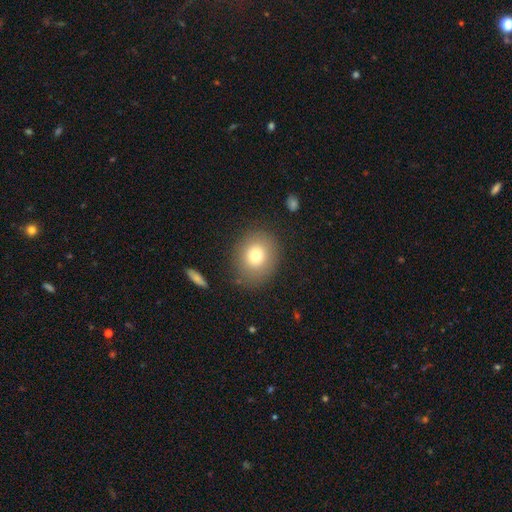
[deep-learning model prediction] This is likely a smooth galaxy (75%). How rounded: likely round (73%). Merging: clearly none (83%).